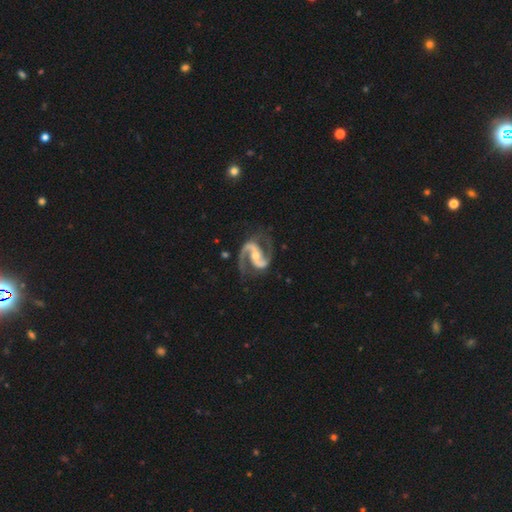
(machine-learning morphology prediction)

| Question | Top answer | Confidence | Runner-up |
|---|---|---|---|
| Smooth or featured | featured or disk | 94% | star or artifact (4%) |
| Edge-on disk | no | 98% | yes (2%) |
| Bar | strong | 42% | weak (33%) |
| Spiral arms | yes | 98% | no (2%) |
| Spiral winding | medium | 62% | loose (24%) |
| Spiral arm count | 2 | 94% | 1 (1%) |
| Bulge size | moderate | 61% | small (32%) |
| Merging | none | 76% | minor disturbance (15%) |